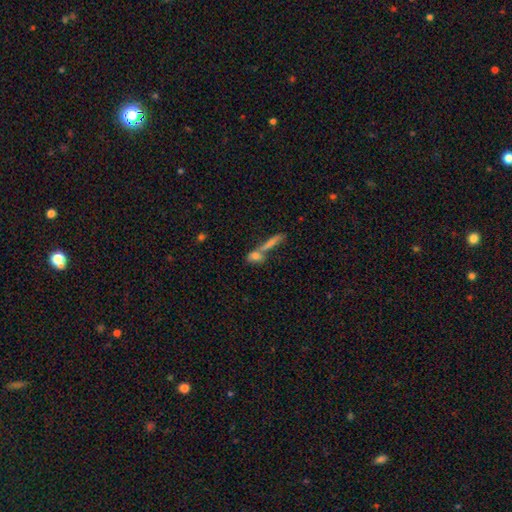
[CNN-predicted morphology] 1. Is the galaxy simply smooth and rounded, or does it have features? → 46% smooth, 34% featured or disk, 21% star or artifact.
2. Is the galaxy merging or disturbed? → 48% none, 36% merger, 9% minor disturbance, 7% major disturbance.